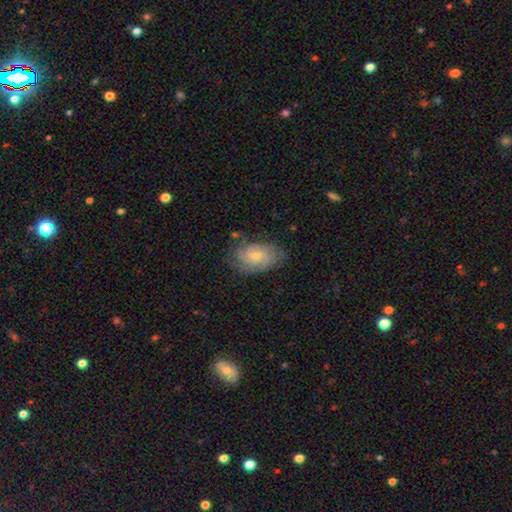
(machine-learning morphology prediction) featured or disk 68%, smooth 25%, star or artifact 7%. Down the decision tree: edge-on disk — no (96%); bar — no (63%); spiral arms — yes (92%); spiral arm count — can't tell (37%); spiral winding — tight (58%); bulge size — small (61%); merging — none (73%).